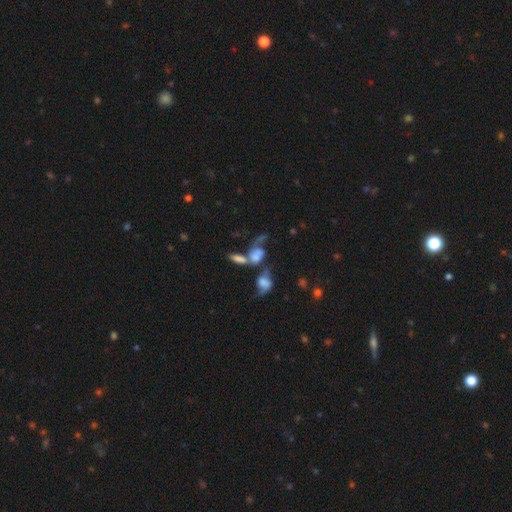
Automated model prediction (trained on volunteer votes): Morphology: type=smooth (44%); merging=merger (53%).